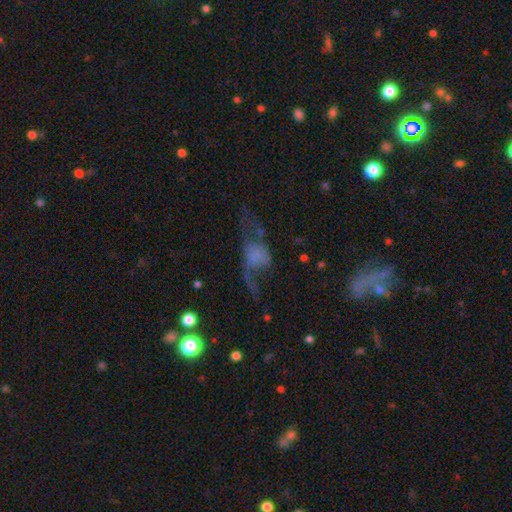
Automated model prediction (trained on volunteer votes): smooth_or_featured: featured or disk (p=0.49) [alt: smooth p=0.39]
merging: major disturbance (p=0.50) [alt: none p=0.24]